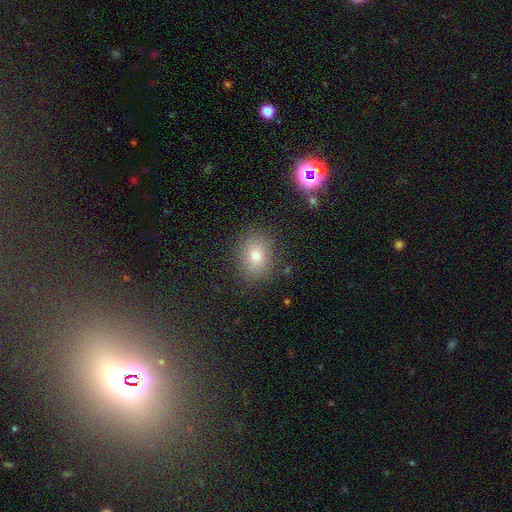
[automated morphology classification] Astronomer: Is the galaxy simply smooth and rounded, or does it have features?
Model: smooth — 73%.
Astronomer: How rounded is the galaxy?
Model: round — 50% (runner-up: in between, 49%).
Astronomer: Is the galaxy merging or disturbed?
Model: none — 85%.